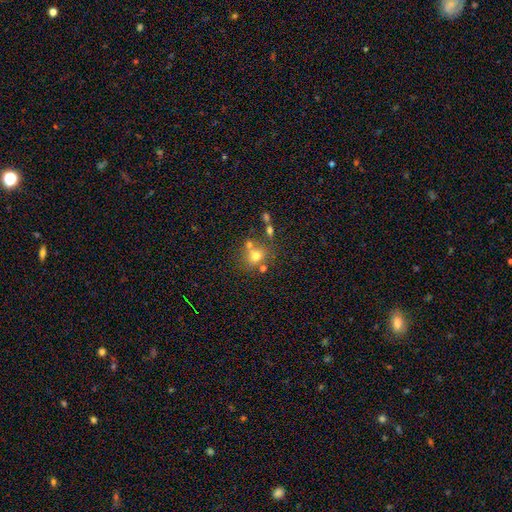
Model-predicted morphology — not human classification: type=smooth (68%); roundness=round (73%); merging=none (58%).